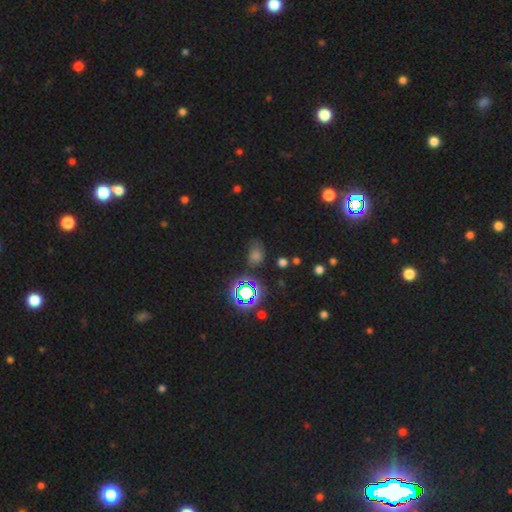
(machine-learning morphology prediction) star or artifact 48%, smooth 43%, featured or disk 9%.